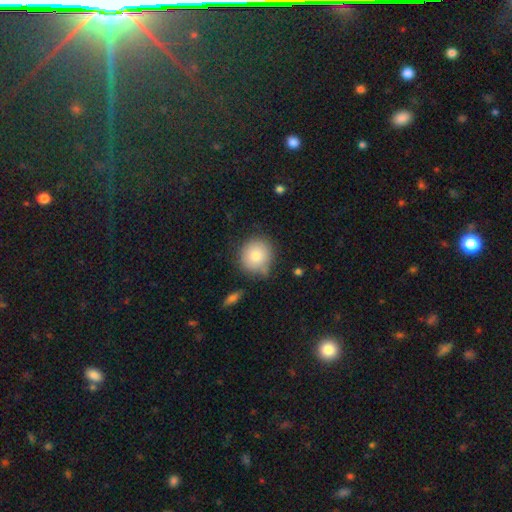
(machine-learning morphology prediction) This appears to be a smooth galaxy with no disk features (82%) that is round (88%). Merging: none (72%).